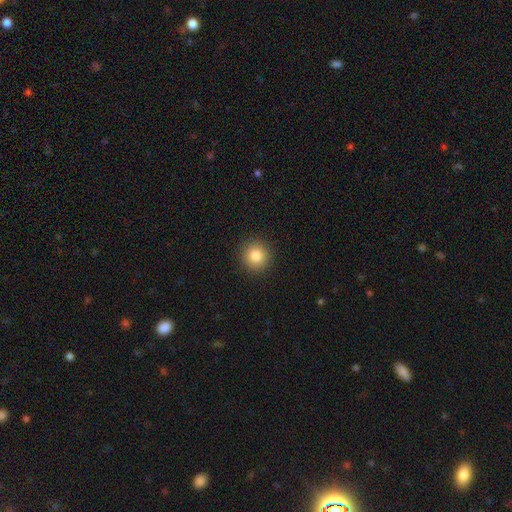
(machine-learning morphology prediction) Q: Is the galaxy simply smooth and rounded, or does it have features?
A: smooth — 84%.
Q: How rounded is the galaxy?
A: round — 93%.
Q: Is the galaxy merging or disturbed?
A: none — 92%.